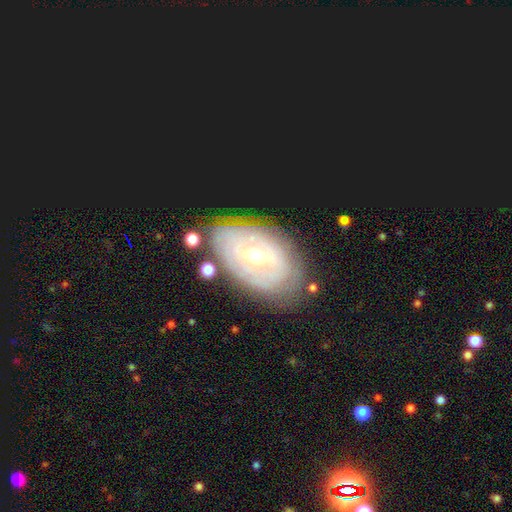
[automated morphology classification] type=featured or disk (74%); edge-on=no (93%); bar=no (47%); spiral arms=yes (70%); bulge=moderate (71%); merging=none (72%).